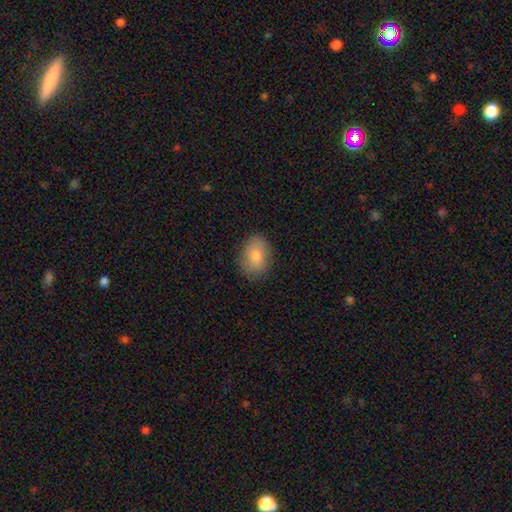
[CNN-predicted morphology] Smooth or featured?
  - smooth: 79% *
  - featured or disk: 13%
  - star or artifact: 8%
How rounded?
  - in between: 76% *
  - round: 23%
  - cigar-shaped: 1%
Merging?
  - none: 84% *
  - minor disturbance: 12%
  - major disturbance: 3%
  - merger: 1%